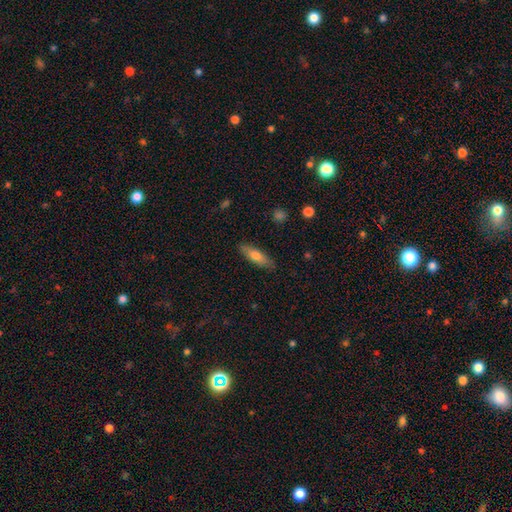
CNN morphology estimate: Q: Smooth or featured?
A: smooth (71%); runner-up: featured or disk (22%)
Q: How rounded?
A: in between (51%); runner-up: cigar-shaped (47%)
Q: Merging?
A: none (86%); runner-up: minor disturbance (11%)